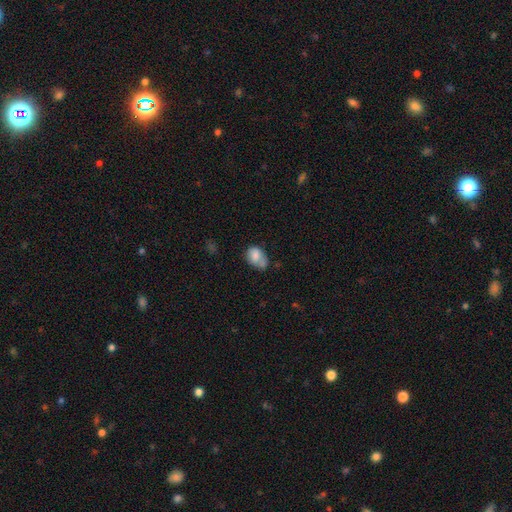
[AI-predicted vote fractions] Q: Smooth or featured?
A: smooth (77%); runner-up: featured or disk (15%)
Q: How rounded?
A: in between (75%); runner-up: round (24%)
Q: Merging?
A: none (36%); runner-up: minor disturbance (32%)